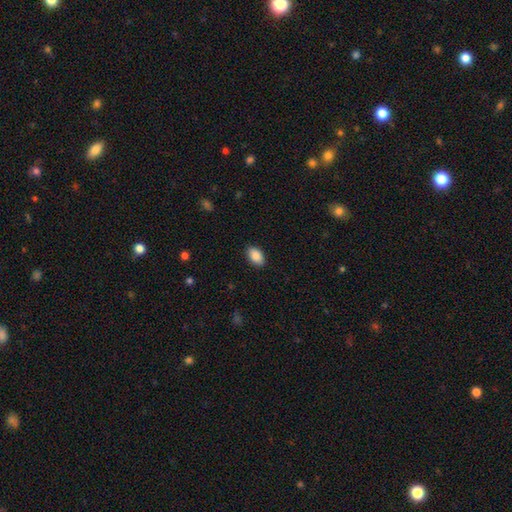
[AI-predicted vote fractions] This is clearly a smooth galaxy (87%). How rounded: clearly in between (90%). Merging: clearly none (88%).